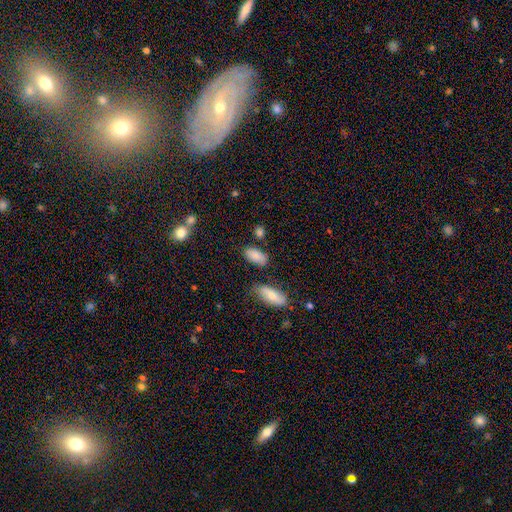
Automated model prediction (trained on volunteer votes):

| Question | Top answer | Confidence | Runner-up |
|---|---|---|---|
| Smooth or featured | smooth | 84% | star or artifact (9%) |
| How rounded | in between | 93% | round (4%) |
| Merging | none | 76% | minor disturbance (15%) |